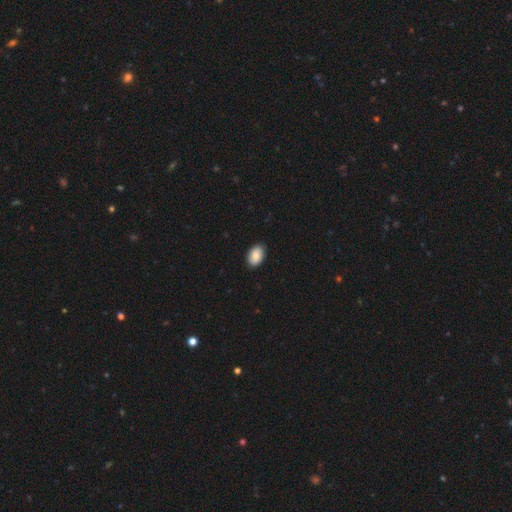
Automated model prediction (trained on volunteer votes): Smooth or featured: smooth — 85% (featured or disk — 8%)
How rounded: in between — 87% (round — 12%)
Merging: none — 88% (minor disturbance — 10%)